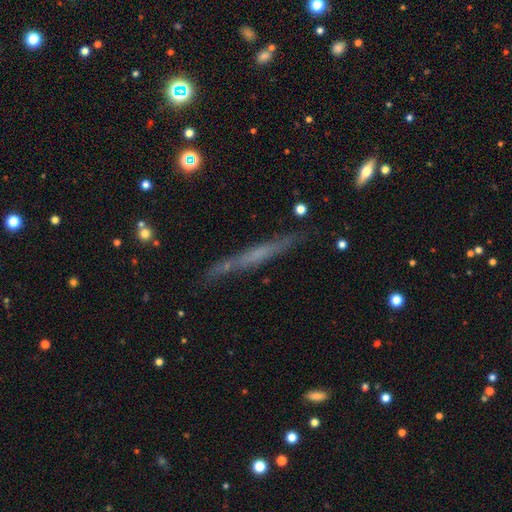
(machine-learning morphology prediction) A featured or disk galaxy (55%) viewed edge-on (94%) with no central bulge (73%).

Vote fractions:
- Smooth or featured? featured or disk: 55% / smooth: 35% / star or artifact: 10%
- Edge-on disk? yes: 94% / no: 6%
- Edge-on bulge? none: 73% / rounded: 18% / boxy: 9%
- Merging? none: 80% / minor disturbance: 14% / major disturbance: 3% / merger: 2%